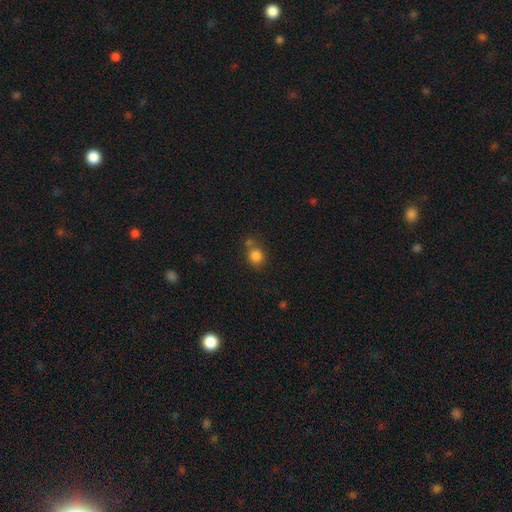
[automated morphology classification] A smooth galaxy with no disk features (84%) that is round (82%). Merging: none (61%).